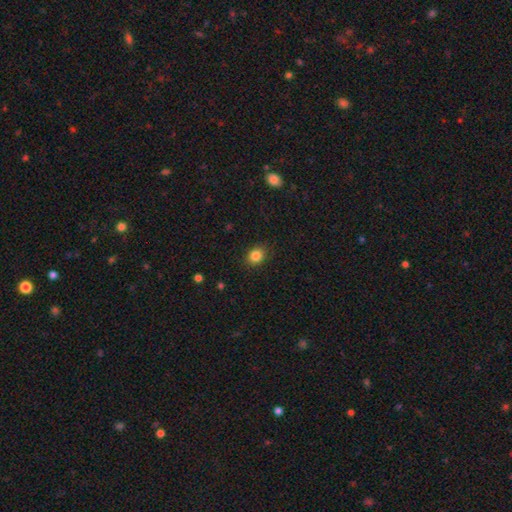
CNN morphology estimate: Smooth or featured?
  - smooth: 85% *
  - star or artifact: 11%
  - featured or disk: 5%
How rounded?
  - round: 60% *
  - in between: 39%
  - cigar-shaped: 1%
Merging?
  - none: 87% *
  - minor disturbance: 9%
  - major disturbance: 2%
  - merger: 1%